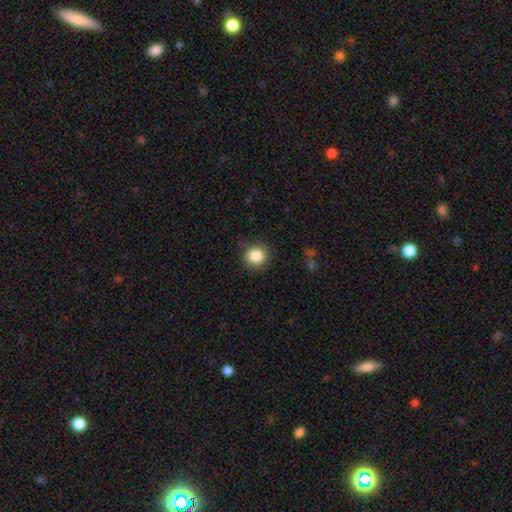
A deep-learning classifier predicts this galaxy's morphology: Q: Smooth or featured?
A: smooth (86%); runner-up: star or artifact (10%)
Q: How rounded?
A: round (88%); runner-up: in between (11%)
Q: Merging?
A: none (86%); runner-up: minor disturbance (10%)